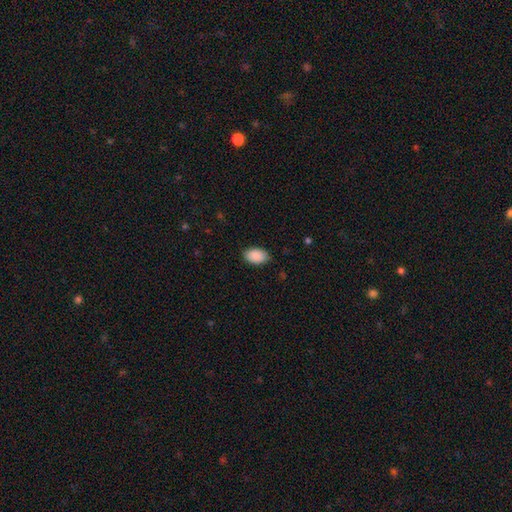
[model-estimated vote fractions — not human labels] smooth-or-featured: smooth: 90% | star or artifact: 6% | featured or disk: 3%
  how-rounded: in between: 92% | round: 7% | cigar-shaped: 1%
  merging: none: 83% | minor disturbance: 13% | major disturbance: 2% | merger: 1%